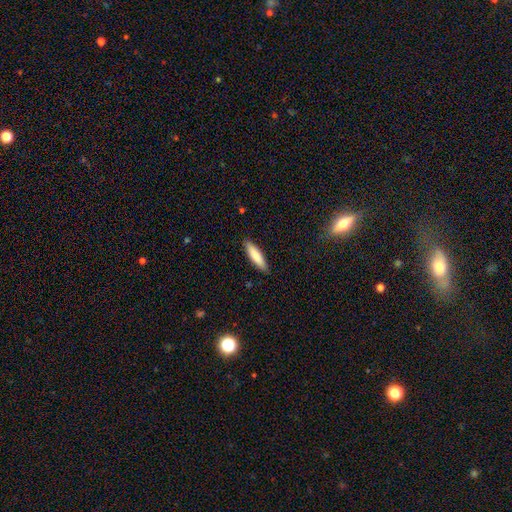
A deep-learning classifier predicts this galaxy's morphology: Smooth or featured?
  - smooth: 82% *
  - featured or disk: 13%
  - star or artifact: 5%
How rounded?
  - cigar-shaped: 73% *
  - in between: 25%
  - round: 1%
Merging?
  - none: 89% *
  - minor disturbance: 8%
  - major disturbance: 2%
  - merger: 1%